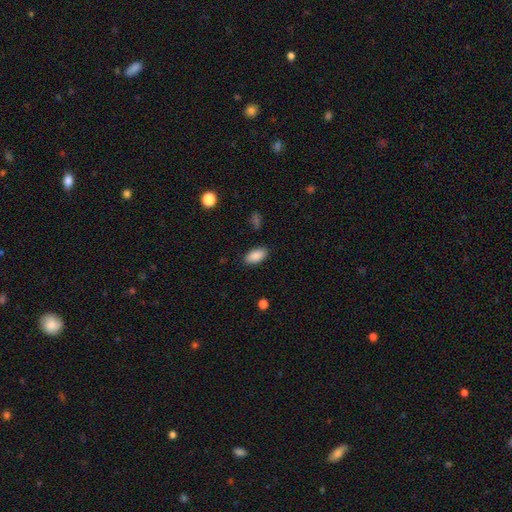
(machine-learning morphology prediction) Q: Smooth or featured?
A: smooth (89%); runner-up: star or artifact (7%)
Q: How rounded?
A: in between (93%); runner-up: cigar-shaped (4%)
Q: Merging?
A: none (87%); runner-up: minor disturbance (9%)